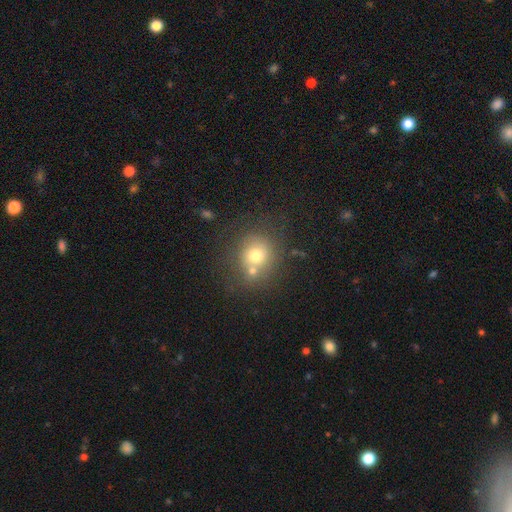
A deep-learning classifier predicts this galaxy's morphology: The model was most divided on "merging": none: 53%, merger: 28%, minor disturbance: 12%, major disturbance: 7%. More confident: how rounded — round (85%); smooth or featured — smooth (67%).